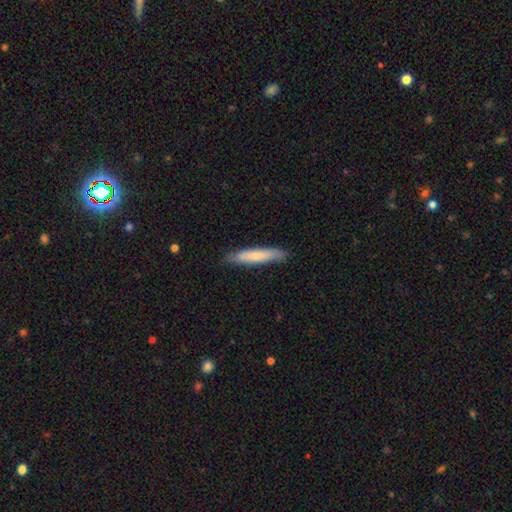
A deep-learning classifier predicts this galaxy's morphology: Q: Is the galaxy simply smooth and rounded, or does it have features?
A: smooth — 73%.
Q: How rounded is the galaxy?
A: cigar-shaped — 89%.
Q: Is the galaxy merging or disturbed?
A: none — 86%.